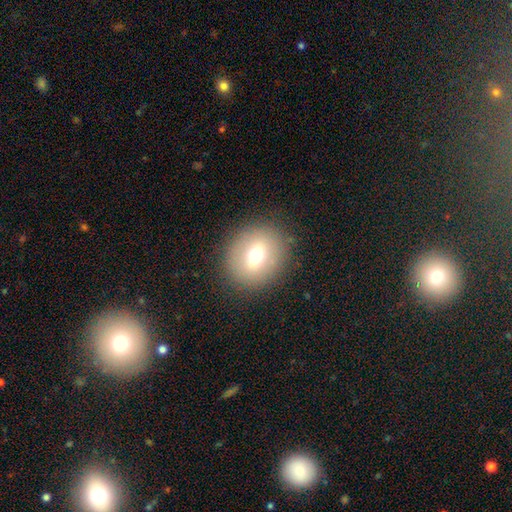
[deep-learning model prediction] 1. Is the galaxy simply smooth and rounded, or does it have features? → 66% smooth, 21% featured or disk, 12% star or artifact.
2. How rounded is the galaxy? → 73% round, 26% in between, 1% cigar-shaped.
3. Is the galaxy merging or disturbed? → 87% none, 8% minor disturbance, 4% major disturbance, 1% merger.